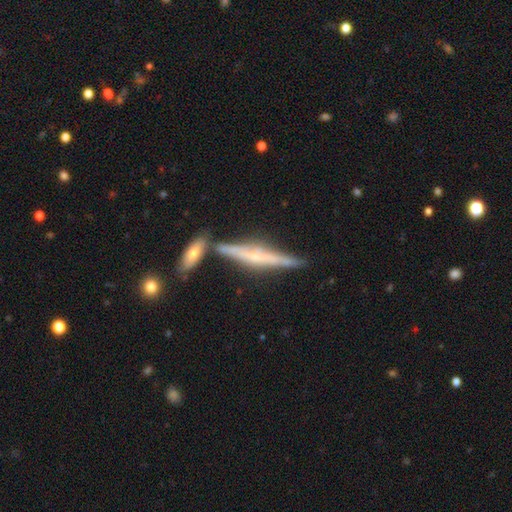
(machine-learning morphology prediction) Overall: featured or disk (75%). Edge-on disk: yes (97%). Edge-on bulge: rounded (61%; none 22%). Merging: none (72%).